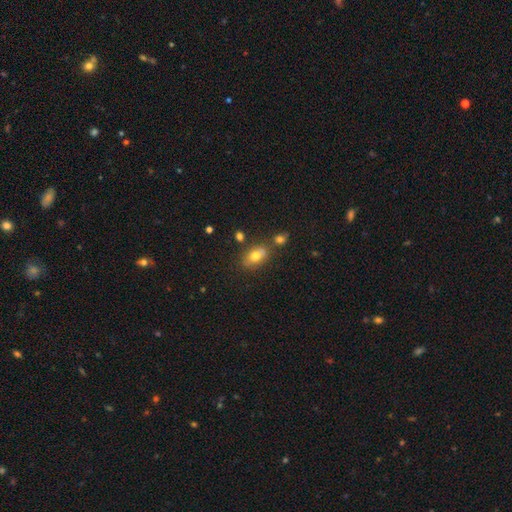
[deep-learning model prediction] Q: Smooth or featured?
A: smooth (73%); runner-up: featured or disk (16%)
Q: How rounded?
A: in between (78%); runner-up: round (19%)
Q: Merging?
A: none (62%); runner-up: merger (18%)